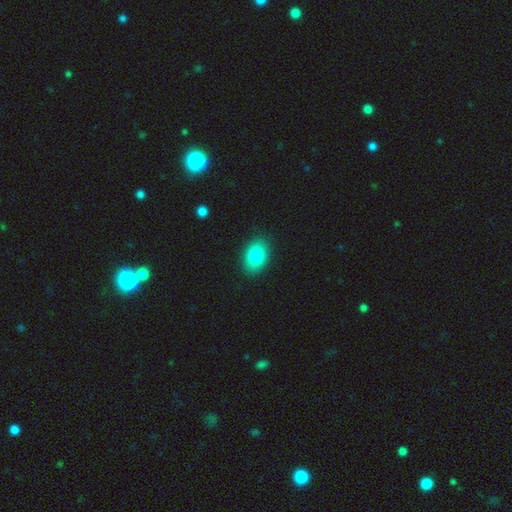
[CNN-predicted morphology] A smooth galaxy with no disk features (83%) that is in between round and cigar-shaped (85%).

Vote fractions:
- Smooth or featured? smooth: 83% / featured or disk: 9% / star or artifact: 8%
- How rounded? in between: 85% / round: 14% / cigar-shaped: 1%
- Merging? none: 87% / minor disturbance: 9% / major disturbance: 2% / merger: 1%